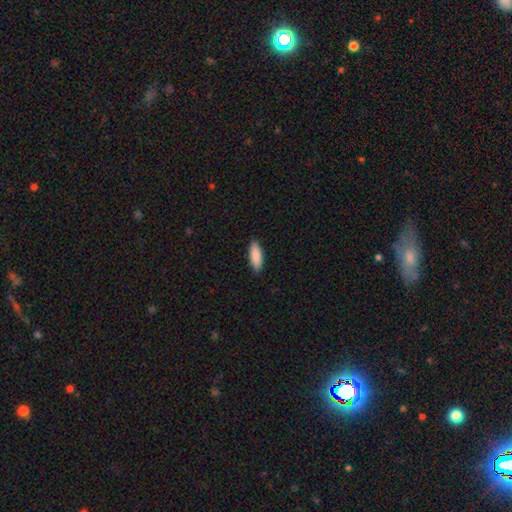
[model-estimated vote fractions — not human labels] Q: Smooth or featured?
A: smooth (89%); runner-up: featured or disk (6%)
Q: How rounded?
A: in between (61%); runner-up: cigar-shaped (38%)
Q: Merging?
A: none (89%); runner-up: minor disturbance (8%)